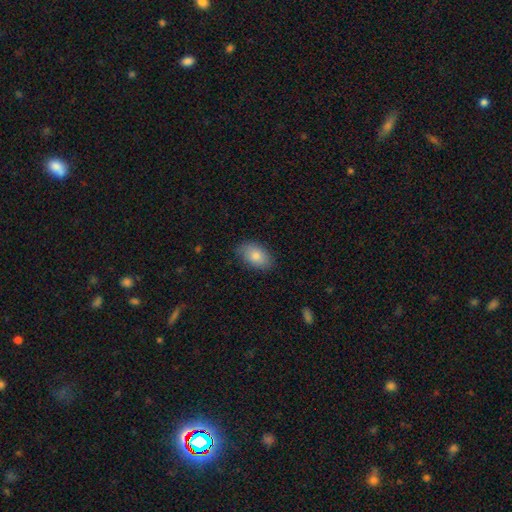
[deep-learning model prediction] This appears to be a smooth galaxy with no disk features (82%) that is in between round and cigar-shaped (92%). Merging: none (83%).